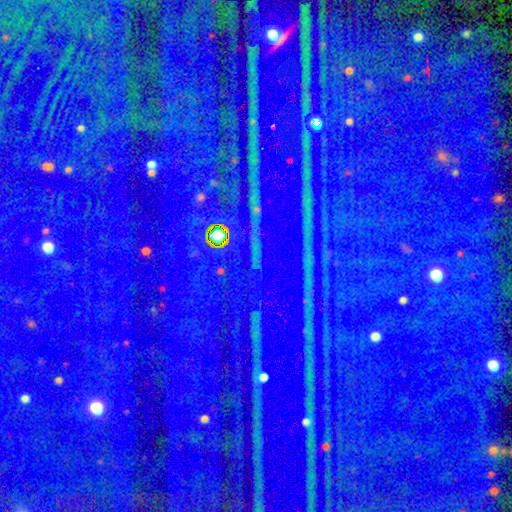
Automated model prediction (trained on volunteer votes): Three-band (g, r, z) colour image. It shows a star or artifact, not a galaxy (84%).